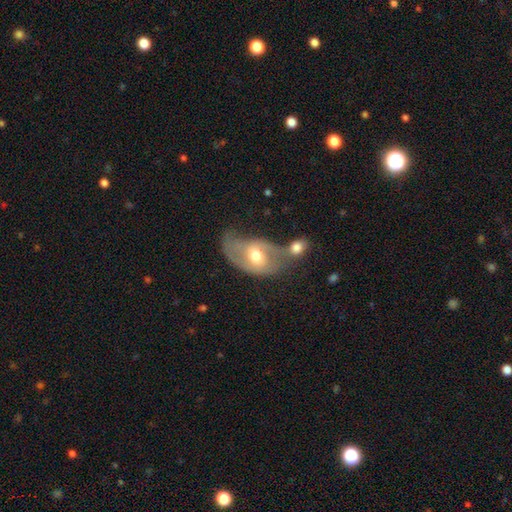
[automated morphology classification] Smooth or featured: featured or disk — 60% (smooth — 33%)
Edge-on disk: no — 94% (yes — 6%)
Bar: no — 53% (weak — 36%)
Spiral arms: yes — 68% (no — 32%)
Bulge size: moderate — 74% (small — 13%)
Merging: merger — 43% (none — 22%)